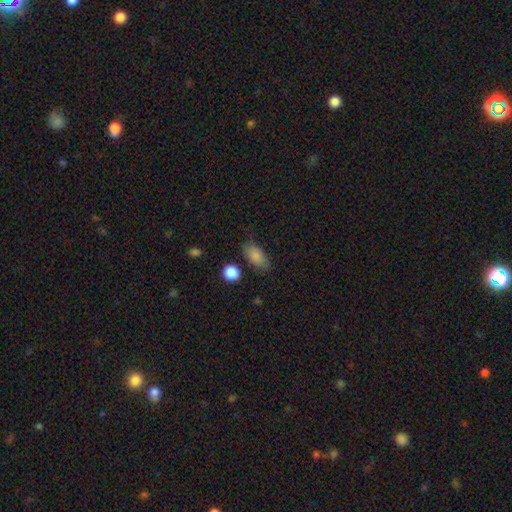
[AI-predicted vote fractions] Q: Smooth or featured?
A: smooth (85%); runner-up: star or artifact (8%)
Q: How rounded?
A: in between (89%); runner-up: round (7%)
Q: Merging?
A: none (74%); runner-up: minor disturbance (18%)